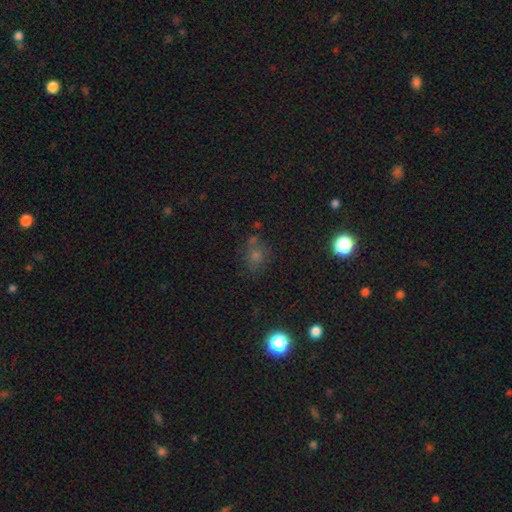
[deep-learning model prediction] Overall: smooth (57%; star or artifact 31%). How rounded: round (72%). Merging: none (69%).